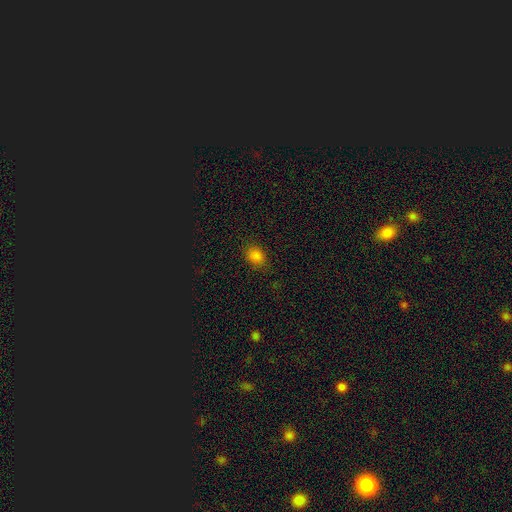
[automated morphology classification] Smooth or featured? Predicted: smooth (p=0.83). How rounded? Predicted: in between (p=0.65). Merging? Predicted: none (p=0.82).